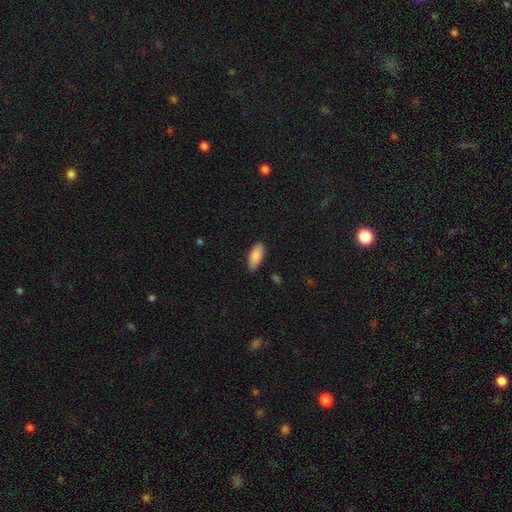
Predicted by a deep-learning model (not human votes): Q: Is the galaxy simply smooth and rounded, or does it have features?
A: smooth — 89%.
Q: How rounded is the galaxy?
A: in between — 80%.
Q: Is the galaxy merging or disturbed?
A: none — 87%.